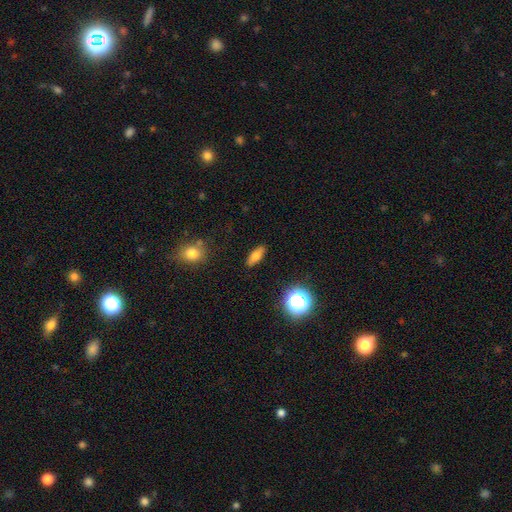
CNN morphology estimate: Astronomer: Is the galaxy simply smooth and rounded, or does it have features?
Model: smooth — 74%.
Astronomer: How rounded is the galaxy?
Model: in between — 68%.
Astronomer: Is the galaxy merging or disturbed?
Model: none — 87%.